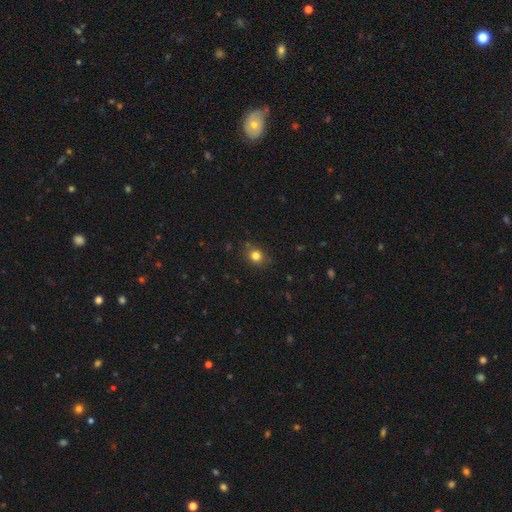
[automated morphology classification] This is clearly a smooth galaxy (81%). How rounded: likely round (76%). Merging: clearly none (83%).